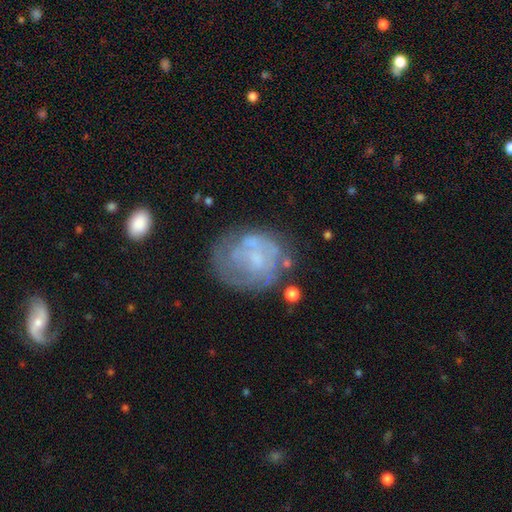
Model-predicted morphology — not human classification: The model was most divided on "bulge size": small: 39%, none: 32%, moderate: 25%, large: 3%, dominant: 1%. More confident: edge-on disk — no (98%); bar — no (72%); smooth or featured — featured or disk (65%); spiral arms — yes (55%); merging — none (55%).